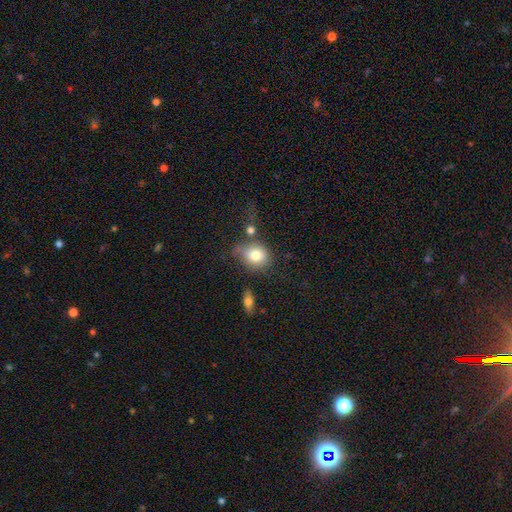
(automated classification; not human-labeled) Morphology: type=smooth (78%); roundness=round (57%); merging=none (44%).